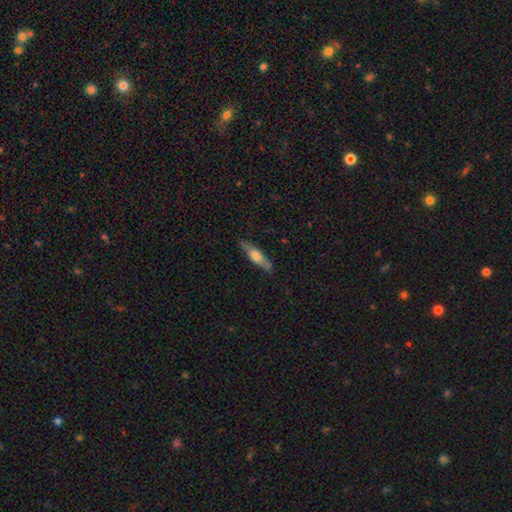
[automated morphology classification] smooth_or_featured: featured or disk (p=0.49) [alt: smooth p=0.46]
merging: none (p=0.84) [alt: minor disturbance p=0.12]